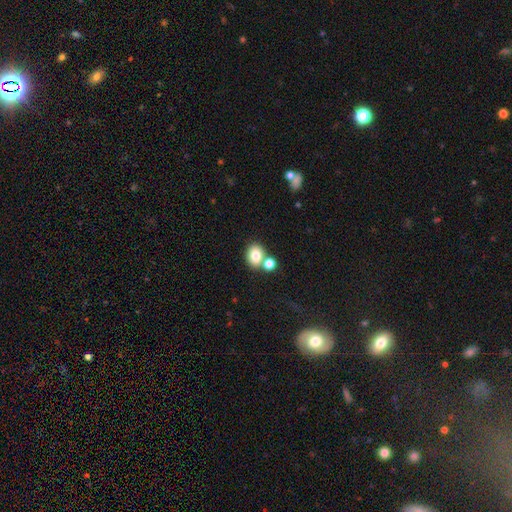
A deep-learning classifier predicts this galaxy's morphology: smooth-or-featured: smooth: 80% | featured or disk: 10% | star or artifact: 10%
  how-rounded: in between: 55% | round: 44% | cigar-shaped: 1%
  merging: none: 56% | merger: 31% | minor disturbance: 10% | major disturbance: 3%